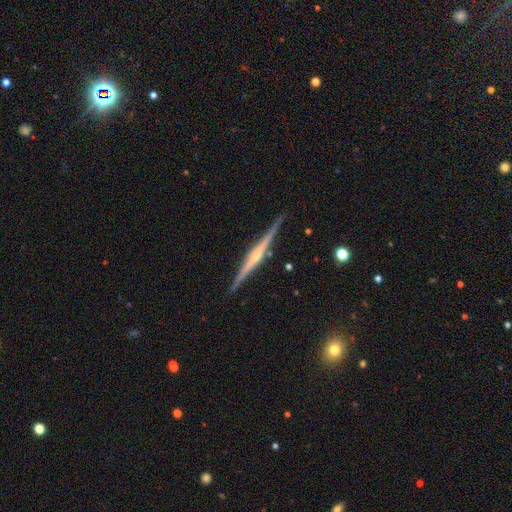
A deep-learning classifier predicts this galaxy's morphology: A featured or disk galaxy (82%) viewed edge-on (98%) with a rounded central bulge (67%). Merging: none (90%).